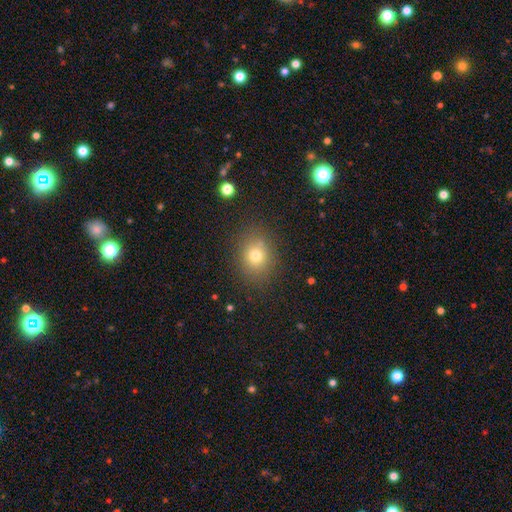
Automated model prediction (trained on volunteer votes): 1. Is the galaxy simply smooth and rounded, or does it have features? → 74% smooth, 15% star or artifact, 11% featured or disk.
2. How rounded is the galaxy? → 57% round, 42% in between, 1% cigar-shaped.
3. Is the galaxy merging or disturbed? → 84% none, 10% minor disturbance, 4% major disturbance, 2% merger.